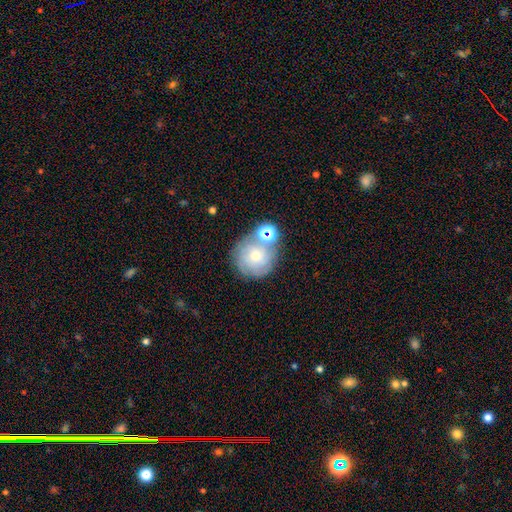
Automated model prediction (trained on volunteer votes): This is possibly a featured or disk galaxy (50%). It is clearly not viewed edge-on (97%). Merging: likely none (64%).